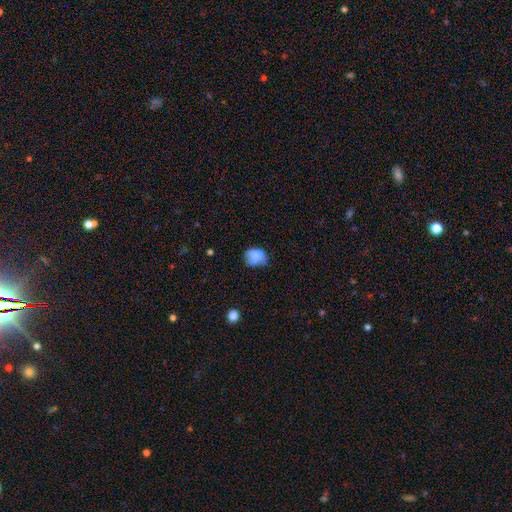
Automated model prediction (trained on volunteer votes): Morphology: type=smooth (61%); roundness=in between (58%); merging=none (40%).